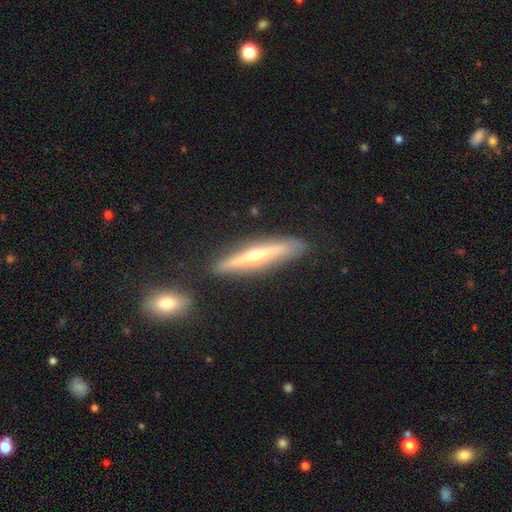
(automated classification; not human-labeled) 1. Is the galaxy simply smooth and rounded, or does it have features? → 70% featured or disk, 23% smooth, 7% star or artifact.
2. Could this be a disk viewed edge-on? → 92% yes, 8% no.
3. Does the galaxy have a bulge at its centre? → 86% rounded, 11% none, 3% boxy.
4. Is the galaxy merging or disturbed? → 81% none, 11% minor disturbance, 5% merger, 3% major disturbance.